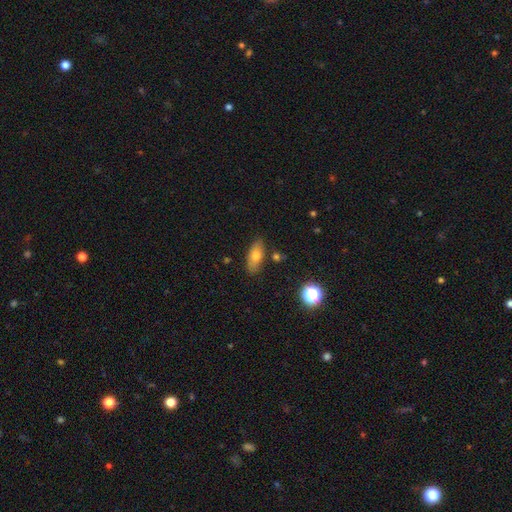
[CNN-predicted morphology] The model was most divided on "smooth or featured": smooth: 71%, featured or disk: 20%, star or artifact: 9%. More confident: merging — none (82%); how rounded — in between (80%).